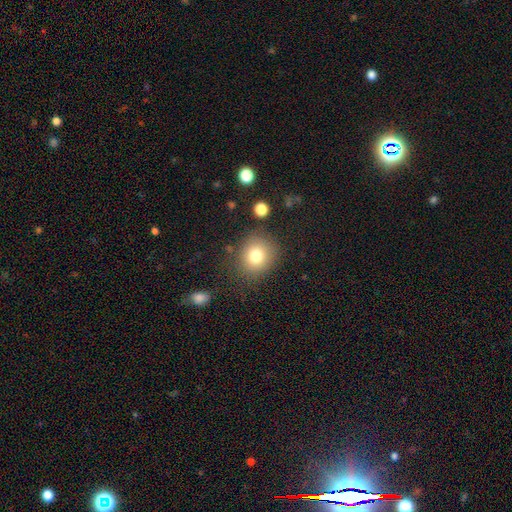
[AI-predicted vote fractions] This is likely a smooth galaxy (79%). How rounded: likely round (77%). Merging: clearly none (81%).